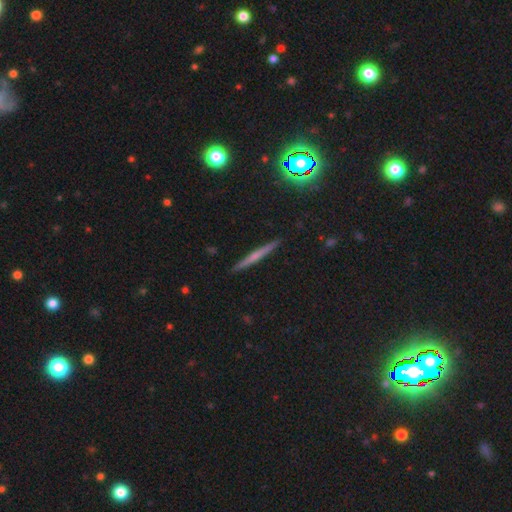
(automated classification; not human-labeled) Smooth or featured? Predicted: featured or disk (p=0.54). Edge-on disk? Predicted: yes (p=0.97). Edge-on bulge? Predicted: none (p=0.49). Merging? Predicted: none (p=0.92).